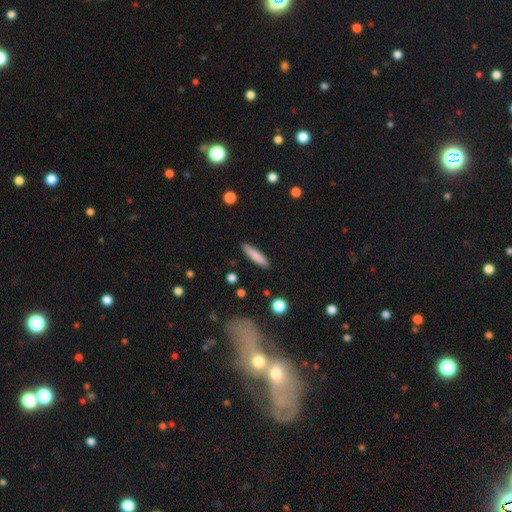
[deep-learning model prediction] Morphology: type=smooth (82%); roundness=cigar-shaped (82%); merging=none (89%).